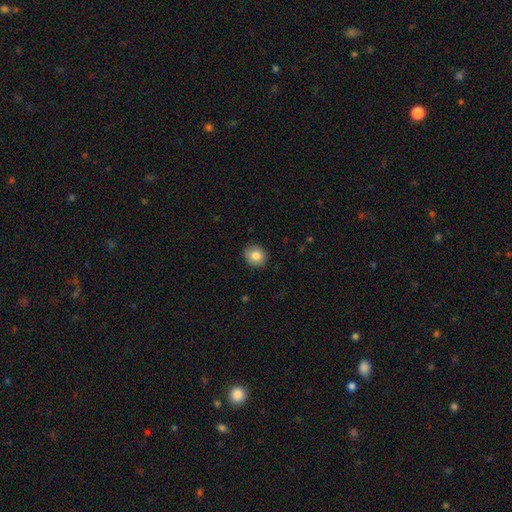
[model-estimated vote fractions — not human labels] Smooth or featured? Predicted: smooth (p=0.83). How rounded? Predicted: round (p=0.80). Merging? Predicted: none (p=0.88).